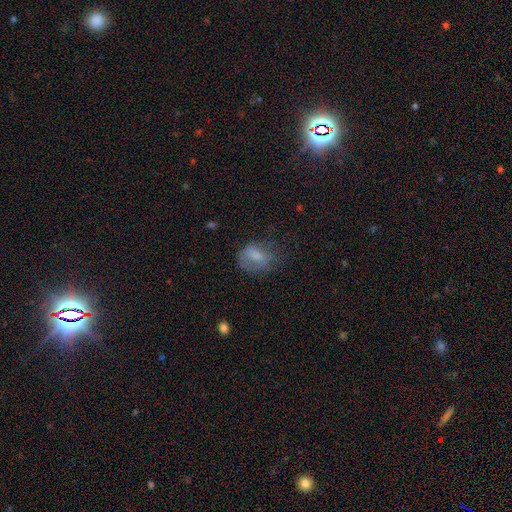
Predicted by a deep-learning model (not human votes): smooth-or-featured: smooth: 67% | featured or disk: 22% | star or artifact: 11%
  how-rounded: in between: 63% | round: 35% | cigar-shaped: 2%
  merging: none: 41% | minor disturbance: 29% | major disturbance: 28% | merger: 2%